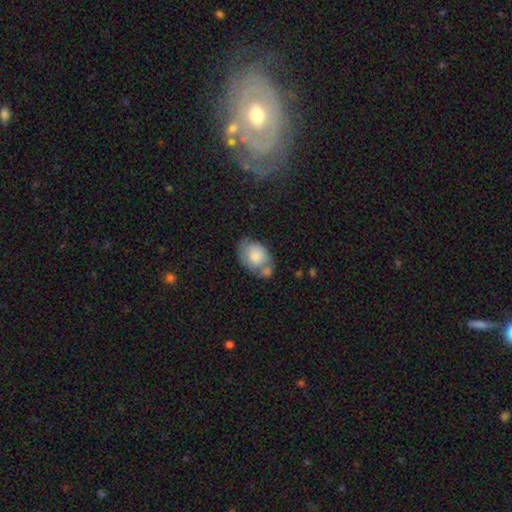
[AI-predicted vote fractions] smooth 75%, featured or disk 18%, star or artifact 7%. Down the decision tree: how rounded — in between (77%); merging — none (35%).